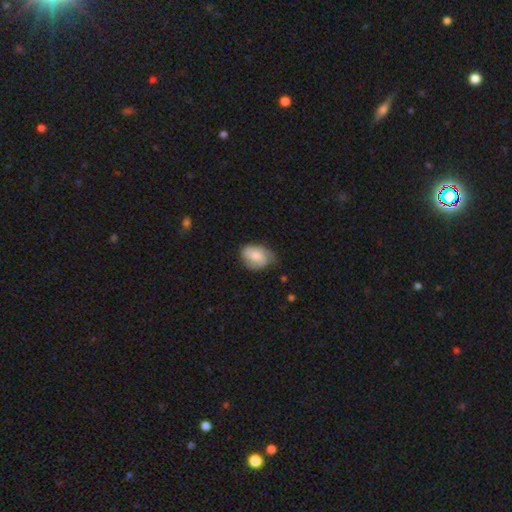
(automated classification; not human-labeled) The model was most divided on "smooth or featured": smooth: 57%, featured or disk: 37%, star or artifact: 7%. More confident: how rounded — in between (74%); merging — none (56%).